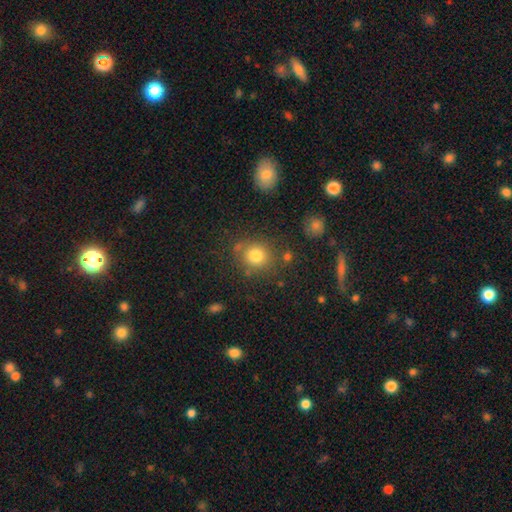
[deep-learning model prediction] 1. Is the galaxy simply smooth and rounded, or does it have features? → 79% smooth, 13% star or artifact, 8% featured or disk.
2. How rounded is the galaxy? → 81% round, 18% in between, 1% cigar-shaped.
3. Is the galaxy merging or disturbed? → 76% none, 13% minor disturbance, 6% merger, 5% major disturbance.